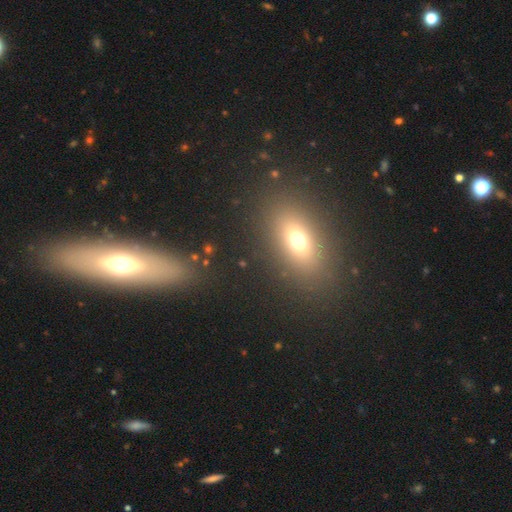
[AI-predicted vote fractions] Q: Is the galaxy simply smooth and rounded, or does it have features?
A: smooth — 57%.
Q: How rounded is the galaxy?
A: in between — 70%.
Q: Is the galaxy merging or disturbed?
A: none — 85%.